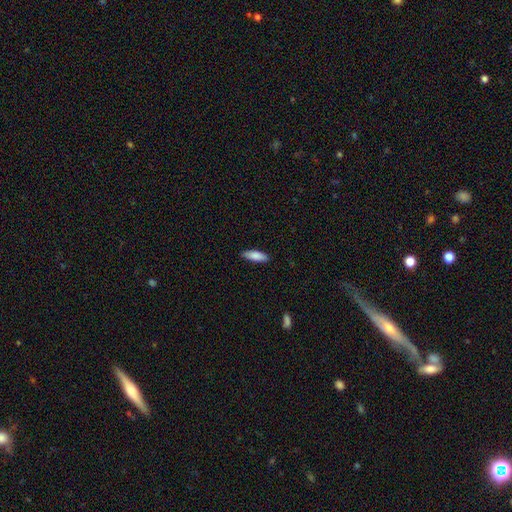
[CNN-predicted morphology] Smooth or featured? smooth (86%)
How rounded? in between (59%)
Merging? none (85%)